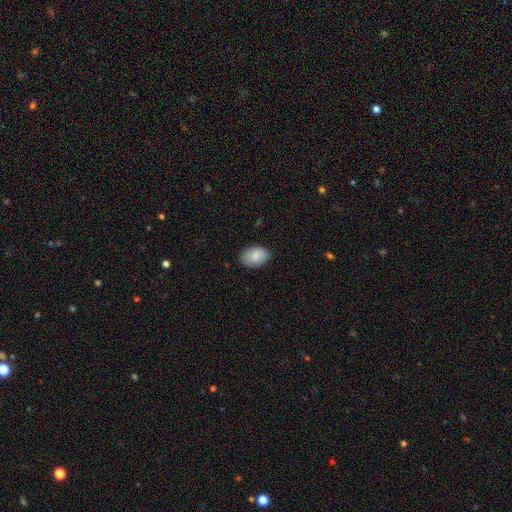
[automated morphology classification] This is clearly a smooth galaxy (83%). How rounded: clearly in between (88%). Merging: clearly none (83%).